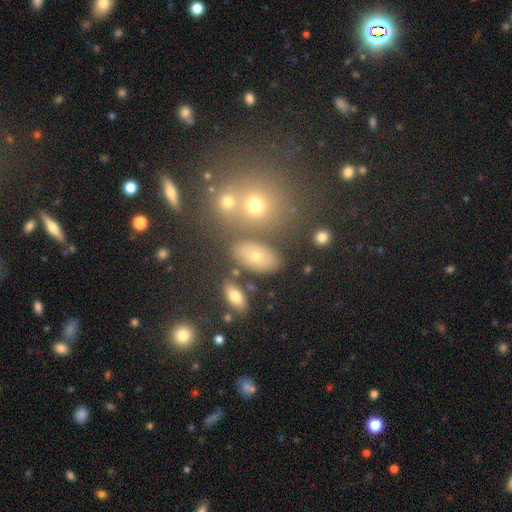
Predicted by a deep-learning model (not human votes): The model was most divided on "smooth or featured": smooth: 62%, featured or disk: 20%, star or artifact: 18%. More confident: how rounded — in between (80%); merging — none (73%).